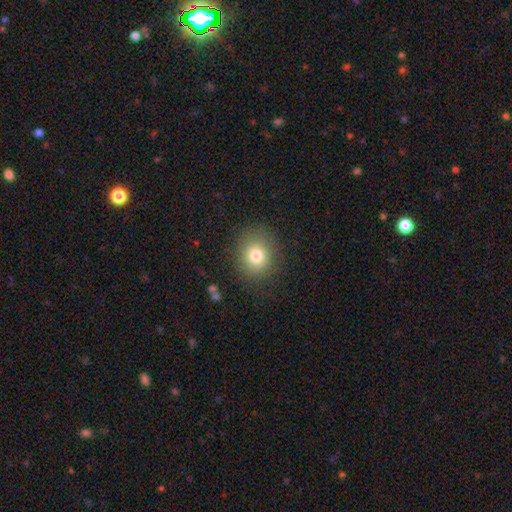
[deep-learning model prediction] smooth_or_featured: smooth (p=0.77) [alt: star or artifact p=0.12]
how_rounded: round (p=0.76) [alt: in between p=0.23]
merging: none (p=0.84) [alt: minor disturbance p=0.10]